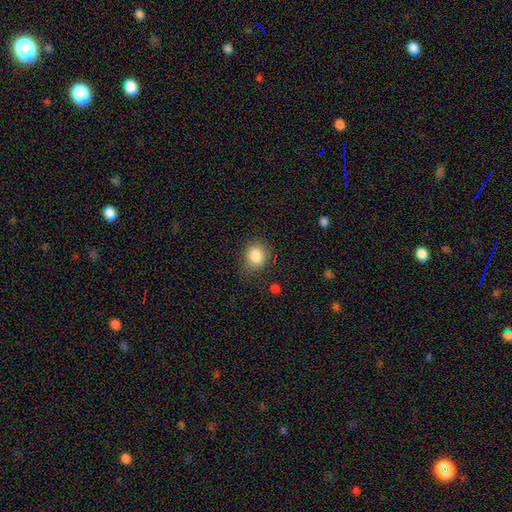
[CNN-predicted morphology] type=smooth (85%); roundness=round (70%); merging=none (74%).